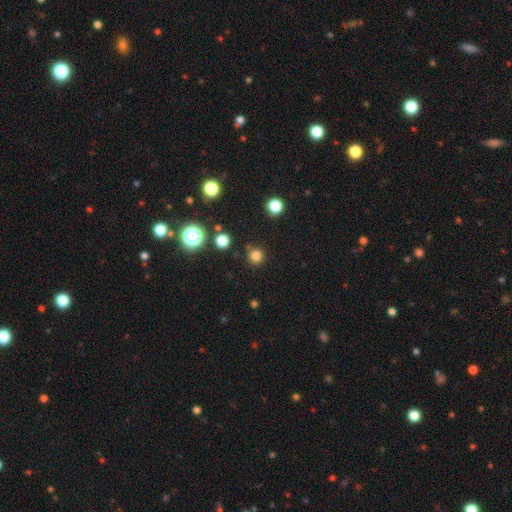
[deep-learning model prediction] This appears to be a smooth galaxy with no disk features (78%) that is round (94%). Merging: none (83%).